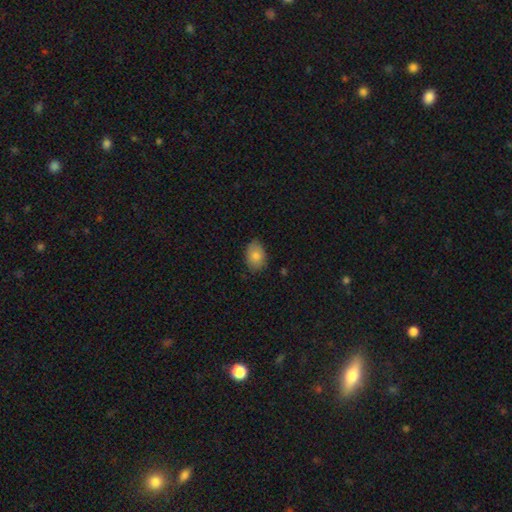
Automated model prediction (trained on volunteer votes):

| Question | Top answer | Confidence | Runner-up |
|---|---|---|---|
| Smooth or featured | smooth | 83% | featured or disk (9%) |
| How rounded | in between | 81% | round (18%) |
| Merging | none | 75% | minor disturbance (21%) |